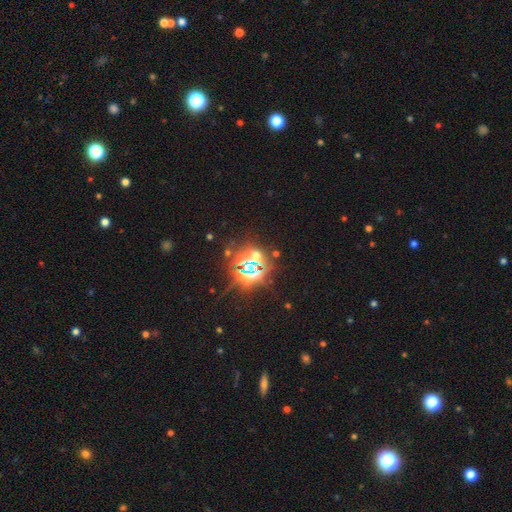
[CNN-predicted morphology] smooth-or-featured: star or artifact: 77% | smooth: 14% | featured or disk: 9%